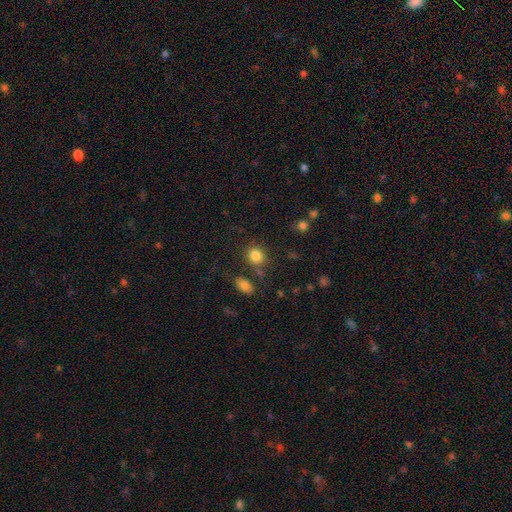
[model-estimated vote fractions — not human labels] Smooth or featured? Predicted: smooth (p=0.83). How rounded? Predicted: round (p=0.79). Merging? Predicted: none (p=0.76).